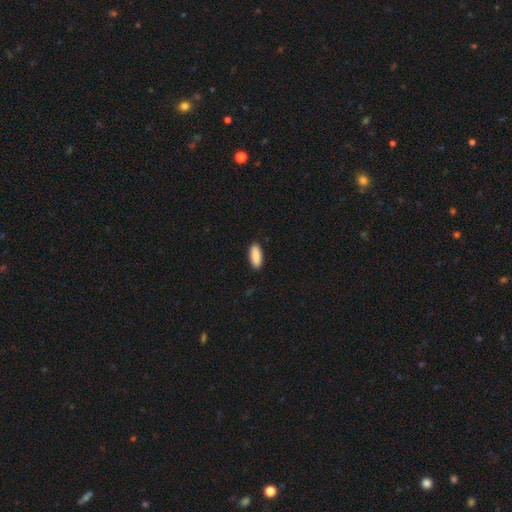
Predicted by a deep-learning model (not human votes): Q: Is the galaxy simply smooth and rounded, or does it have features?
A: smooth — 90%.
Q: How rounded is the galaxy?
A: in between — 75%.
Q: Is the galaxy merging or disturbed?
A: none — 90%.